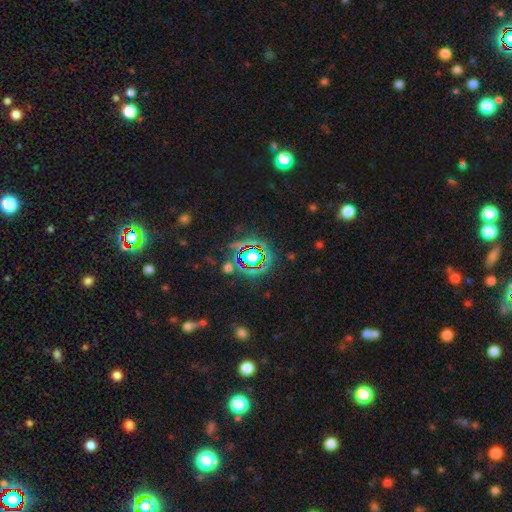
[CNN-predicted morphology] smooth_or_featured: star or artifact (p=0.78) [alt: smooth p=0.13]